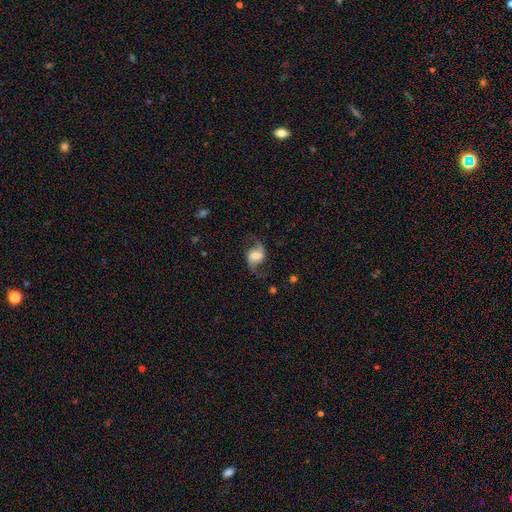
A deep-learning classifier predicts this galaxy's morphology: Overall: featured or disk (78%). Edge-on disk: no (97%). Bar: weak (46%; no 30%). Spiral arms: yes (95%). Spiral arm count: 2 (93%). Spiral winding: loose (71%). Bulge size: moderate (32%; large 27%). Merging: none (72%).